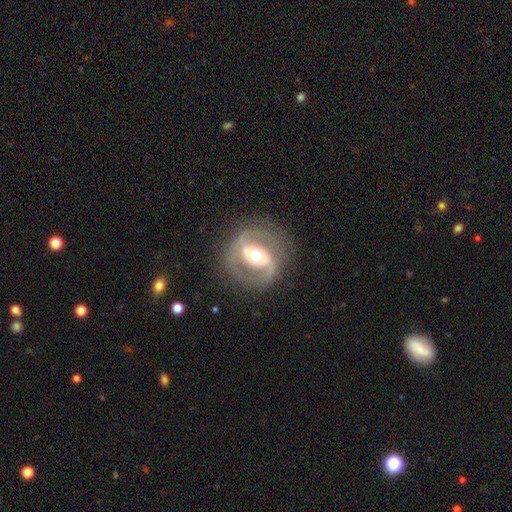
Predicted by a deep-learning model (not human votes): Q: Smooth or featured?
A: featured or disk (75%); runner-up: smooth (19%)
Q: Edge-on disk?
A: no (96%); runner-up: yes (4%)
Q: Bar?
A: strong (37%); runner-up: weak (34%)
Q: Spiral arms?
A: yes (65%); runner-up: no (35%)
Q: Bulge size?
A: moderate (70%); runner-up: large (14%)
Q: Merging?
A: none (74%); runner-up: minor disturbance (14%)